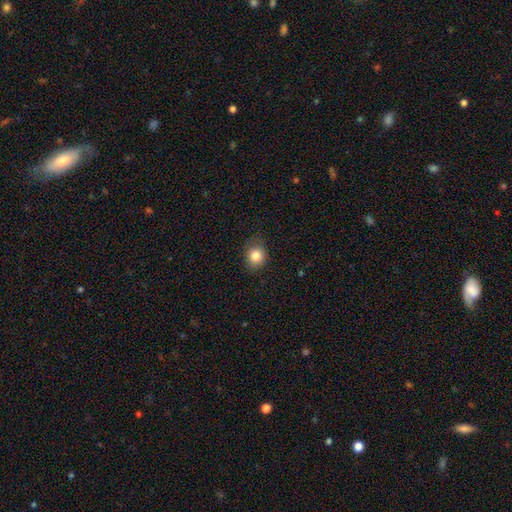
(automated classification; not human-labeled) Morphology: type=smooth (83%); roundness=round (66%); merging=none (78%).